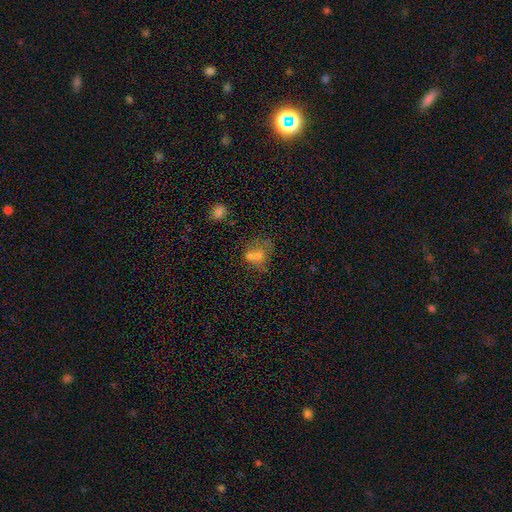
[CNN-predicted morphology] Smooth or featured?
  - smooth: 58% *
  - featured or disk: 28%
  - star or artifact: 14%
How rounded?
  - round: 53% *
  - in between: 46%
  - cigar-shaped: 1%
Merging?
  - merger: 55% *
  - none: 23%
  - major disturbance: 11%
  - minor disturbance: 11%